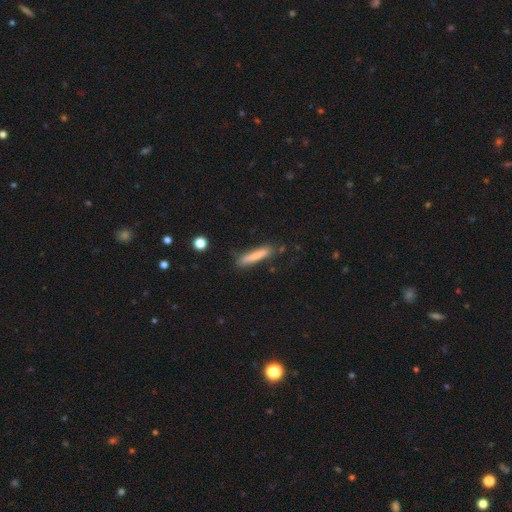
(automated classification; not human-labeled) This is likely a smooth galaxy (77%). How rounded: clearly cigar-shaped (91%). Merging: likely none (78%).